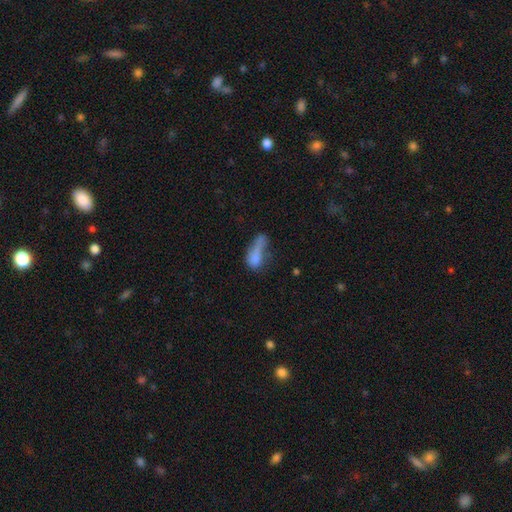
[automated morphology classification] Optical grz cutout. It shows a smooth galaxy with no disk features (70%) that is in between round and cigar-shaped (70%). Merging: major disturbance (37%).